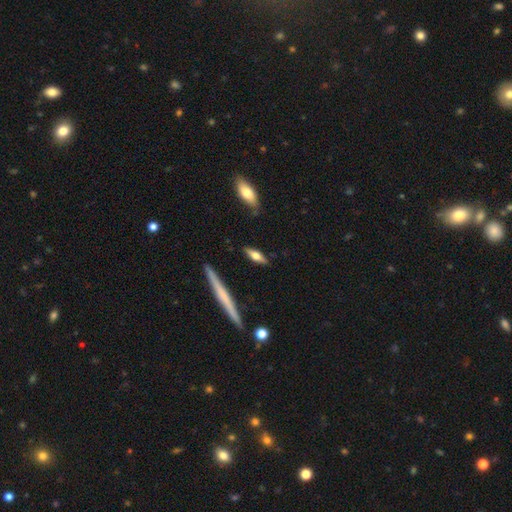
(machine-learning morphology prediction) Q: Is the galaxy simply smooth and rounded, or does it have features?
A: smooth — 61%.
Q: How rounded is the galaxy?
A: in between — 54%.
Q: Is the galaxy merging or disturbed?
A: none — 84%.